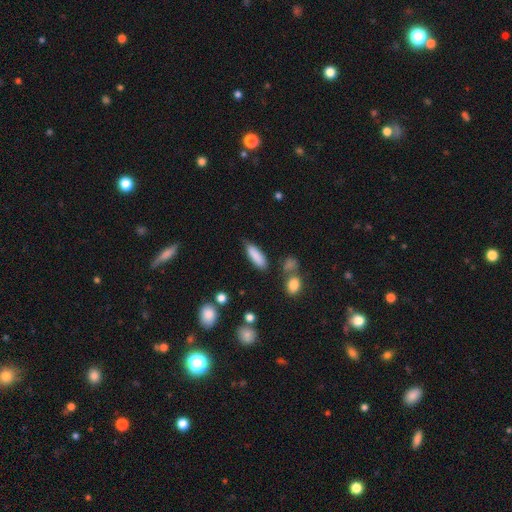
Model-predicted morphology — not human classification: The model was most divided on "how rounded": in between: 50%, cigar-shaped: 48%, round: 2%. More confident: smooth or featured — smooth (86%); merging — none (76%).